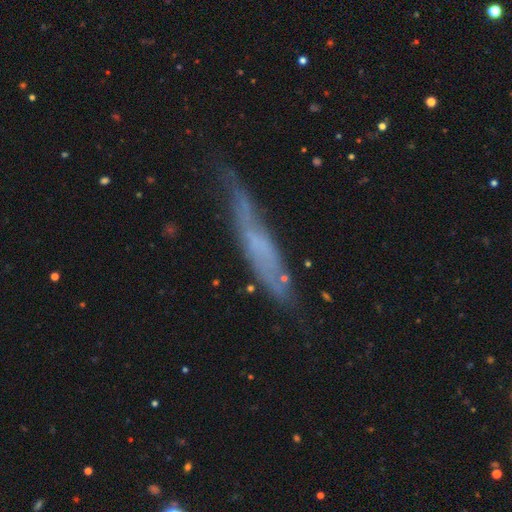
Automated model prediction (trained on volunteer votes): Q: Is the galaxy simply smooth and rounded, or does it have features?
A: featured or disk — 53%.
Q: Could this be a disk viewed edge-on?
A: yes — 67%.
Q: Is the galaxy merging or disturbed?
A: none — 55%.